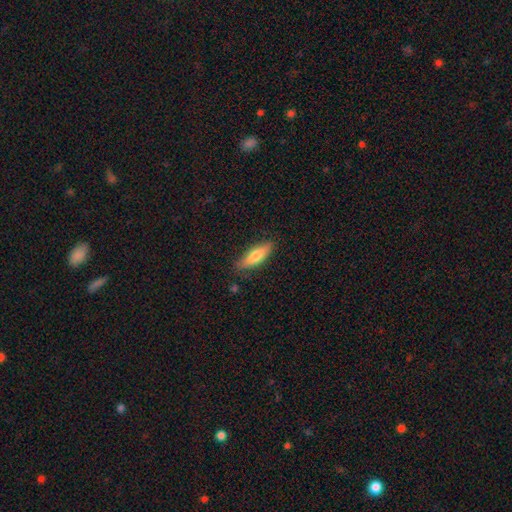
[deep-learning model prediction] smooth 70%, featured or disk 24%, star or artifact 6%. Down the decision tree: how rounded — in between (51%); merging — none (83%).